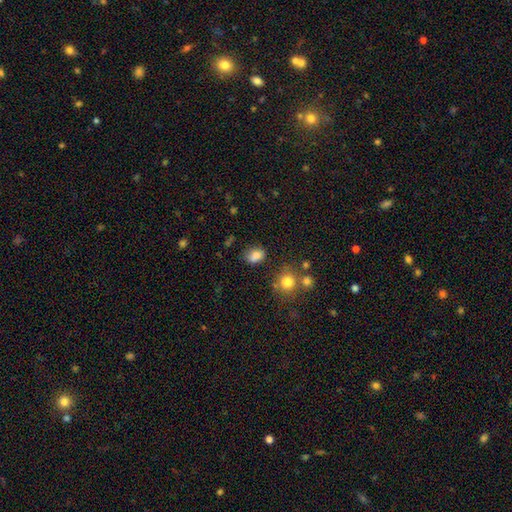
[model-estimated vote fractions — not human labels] Smooth or featured? smooth (81%)
How rounded? in between (72%)
Merging? none (63%)